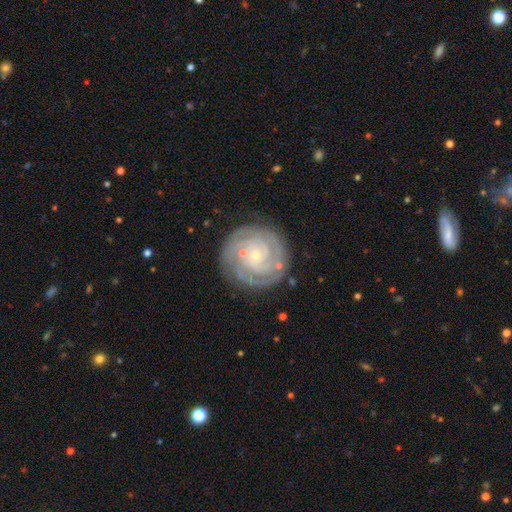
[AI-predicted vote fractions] Smooth or featured: featured or disk — 86% (smooth — 8%)
Edge-on disk: no — 98% (yes — 2%)
Bar: no — 77% (weak — 18%)
Spiral arms: yes — 97% (no — 3%)
Spiral winding: tight — 84% (medium — 14%)
Spiral arm count: 2 — 28% (3 — 27%)
Bulge size: small — 85% (moderate — 10%)
Merging: none — 81% (minor disturbance — 12%)